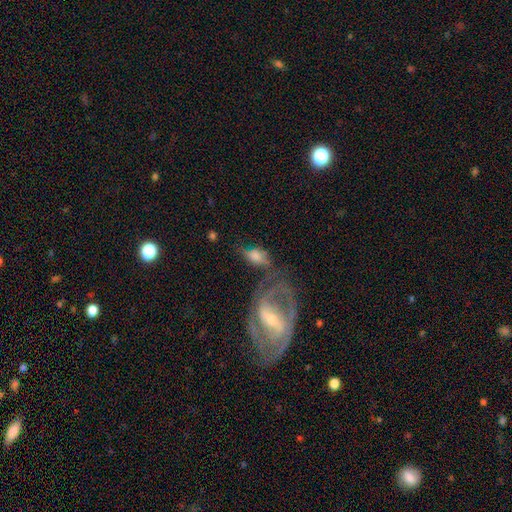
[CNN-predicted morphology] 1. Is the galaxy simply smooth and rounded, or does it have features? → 49% smooth, 40% featured or disk, 11% star or artifact.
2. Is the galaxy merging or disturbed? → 35% none, 23% major disturbance, 22% minor disturbance, 20% merger.